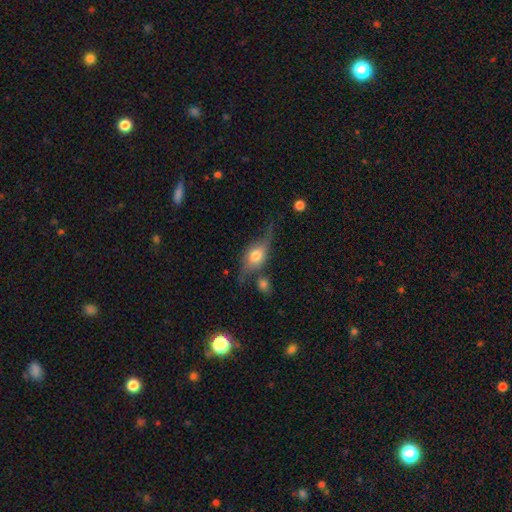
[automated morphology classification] Smooth or featured? Predicted: featured or disk (p=0.57). Edge-on disk? Predicted: yes (p=0.67). Merging? Predicted: none (p=0.53).